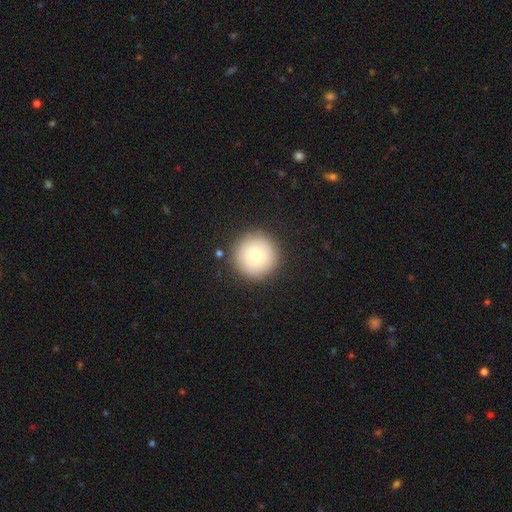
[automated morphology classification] Smooth or featured? smooth (77%)
How rounded? round (97%)
Merging? none (88%)